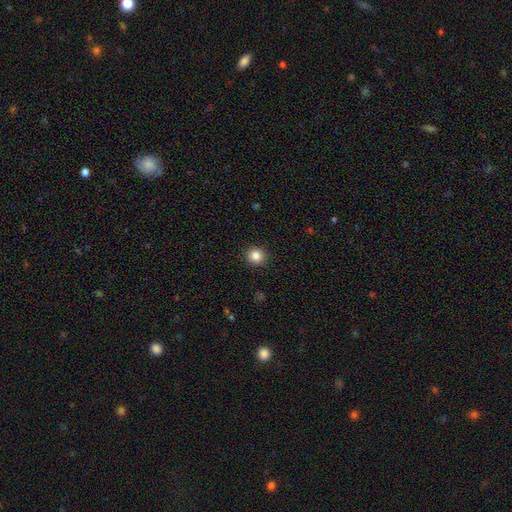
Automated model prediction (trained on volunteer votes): Smooth or featured: smooth — 85% (star or artifact — 11%)
How rounded: round — 93% (in between — 6%)
Merging: none — 92% (minor disturbance — 5%)